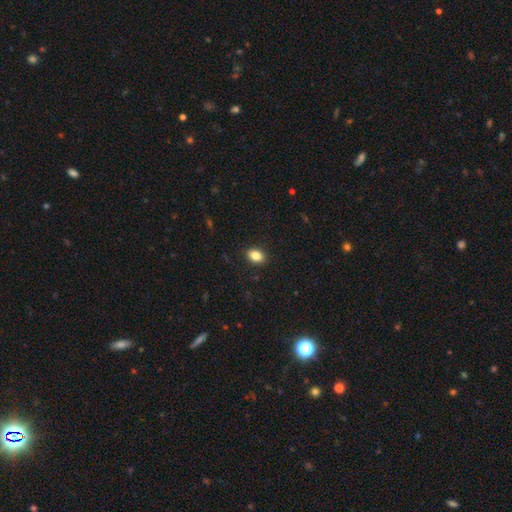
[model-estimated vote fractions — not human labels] Morphology: type=smooth (85%); roundness=in between (78%); merging=none (89%).